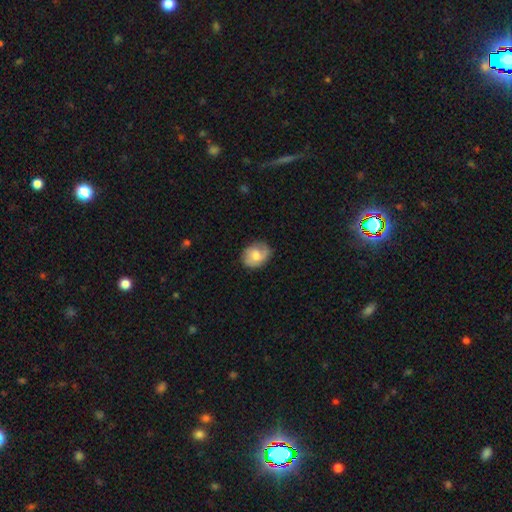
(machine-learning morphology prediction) A smooth galaxy with no disk features (57%) that is in between round and cigar-shaped (51%).

Vote fractions:
- Smooth or featured? smooth: 57% / featured or disk: 36% / star or artifact: 7%
- How rounded? in between: 51% / round: 48% / cigar-shaped: 1%
- Merging? none: 70% / minor disturbance: 23% / major disturbance: 7% / merger: 1%